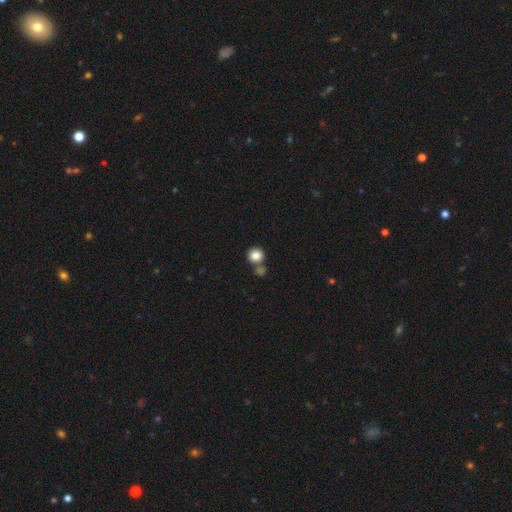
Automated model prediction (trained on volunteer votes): Overall: smooth (85%). How rounded: round (87%). Merging: none (64%).